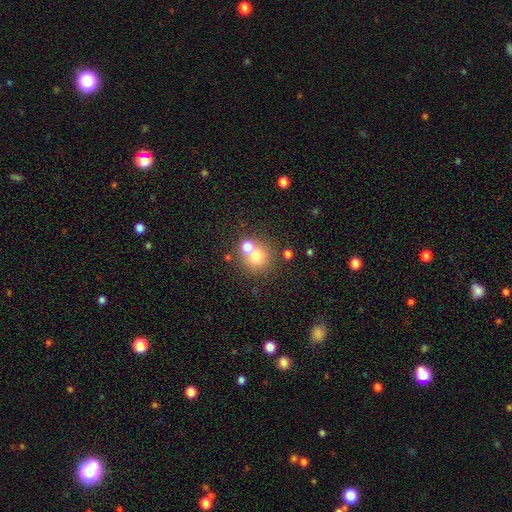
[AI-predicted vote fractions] Overall: smooth (71%). How rounded: round (90%). Merging: none (54%; merger 36%).